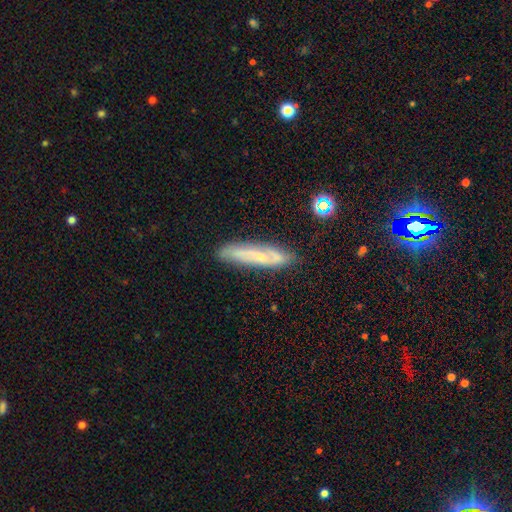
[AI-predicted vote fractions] smooth_or_featured: featured or disk (p=0.53) [alt: smooth p=0.38]
disk_edge_on: yes (p=0.50) [tied with: no p=0.50]
merging: none (p=0.77) [alt: minor disturbance p=0.16]